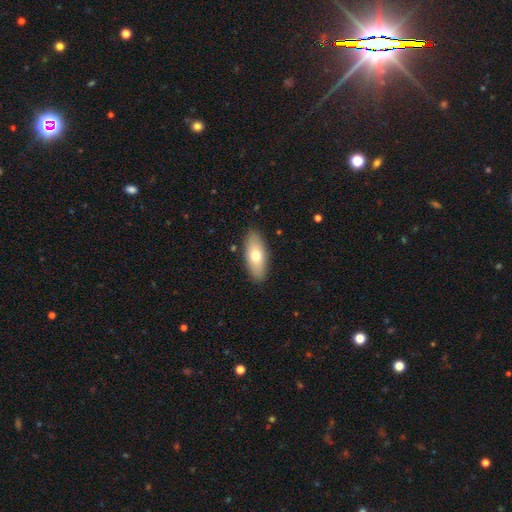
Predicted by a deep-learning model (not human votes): Overall: smooth (70%). How rounded: in between (81%). Merging: none (88%).